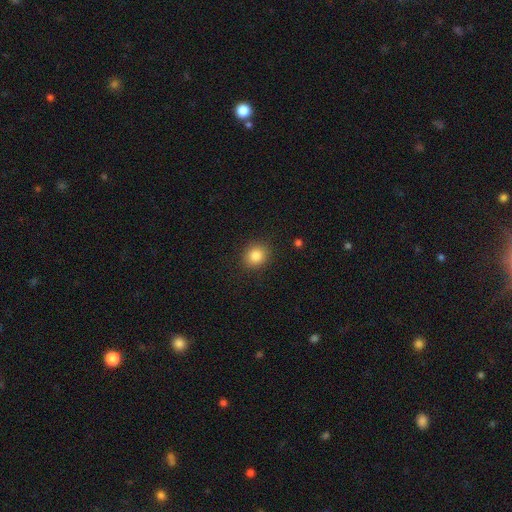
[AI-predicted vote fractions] Smooth or featured?
  - smooth: 85% *
  - star or artifact: 10%
  - featured or disk: 5%
How rounded?
  - round: 79% *
  - in between: 20%
  - cigar-shaped: 1%
Merging?
  - none: 88% *
  - minor disturbance: 8%
  - major disturbance: 3%
  - merger: 1%